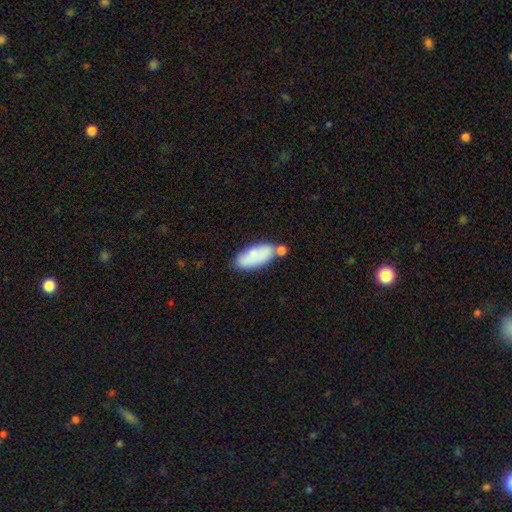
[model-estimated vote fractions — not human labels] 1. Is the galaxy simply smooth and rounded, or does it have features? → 76% smooth, 17% featured or disk, 7% star or artifact.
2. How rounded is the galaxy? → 83% in between, 15% cigar-shaped, 2% round.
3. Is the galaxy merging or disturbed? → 53% none, 24% merger, 18% minor disturbance, 5% major disturbance.